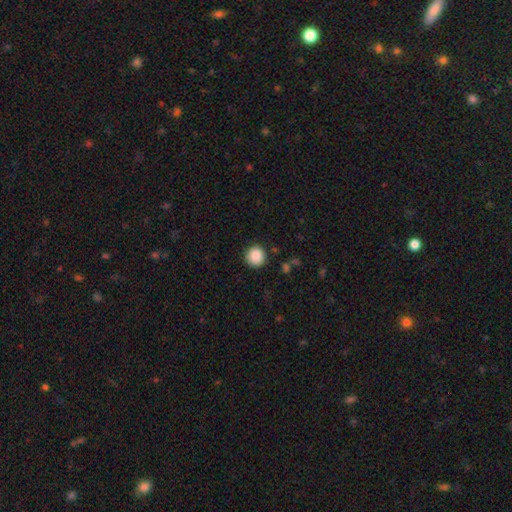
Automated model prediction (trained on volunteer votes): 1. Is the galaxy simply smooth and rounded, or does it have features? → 88% smooth, 9% star or artifact, 3% featured or disk.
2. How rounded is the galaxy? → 94% round, 5% in between, 1% cigar-shaped.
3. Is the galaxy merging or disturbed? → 90% none, 6% minor disturbance, 2% major disturbance, 1% merger.